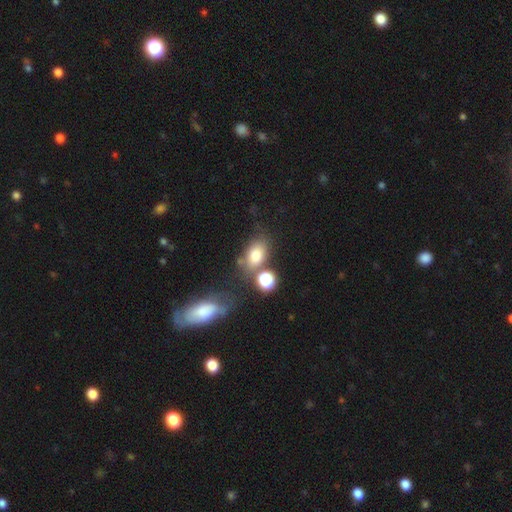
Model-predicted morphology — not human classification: Smooth or featured: smooth — 75% (star or artifact — 13%)
How rounded: in between — 78% (round — 20%)
Merging: none — 55% (merger — 20%)